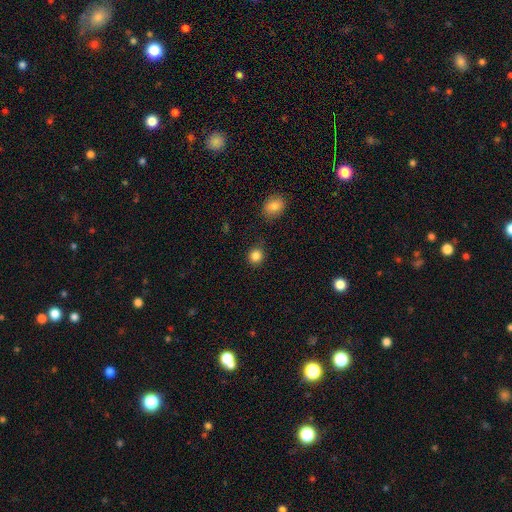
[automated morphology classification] A smooth galaxy with no disk features (85%) that is round (85%).

Vote fractions:
- Smooth or featured? smooth: 85% / star or artifact: 11% / featured or disk: 4%
- How rounded? round: 85% / in between: 14% / cigar-shaped: 1%
- Merging? none: 85% / minor disturbance: 10% / major disturbance: 3% / merger: 3%